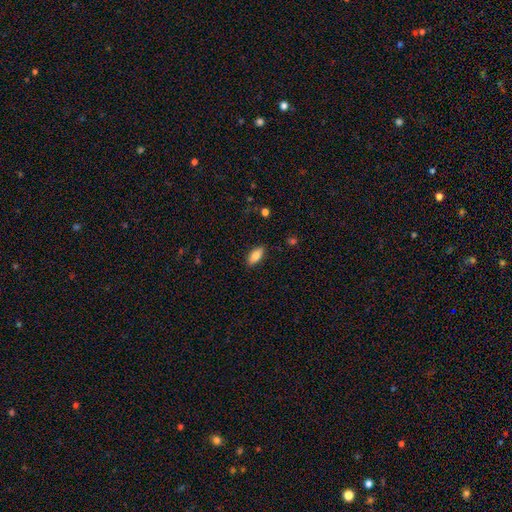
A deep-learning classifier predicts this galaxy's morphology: smooth-or-featured: smooth: 83% | featured or disk: 10% | star or artifact: 7%
  how-rounded: in between: 84% | cigar-shaped: 14% | round: 2%
  merging: none: 88% | minor disturbance: 9% | major disturbance: 2% | merger: 1%